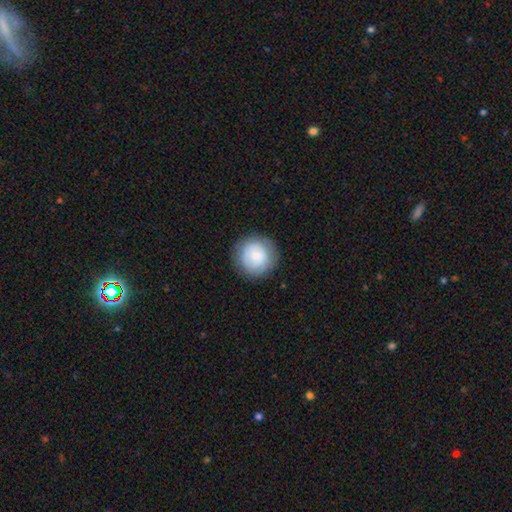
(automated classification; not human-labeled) A smooth galaxy with no disk features (81%) that is round (94%).

Vote fractions:
- Smooth or featured? smooth: 81% / featured or disk: 12% / star or artifact: 7%
- How rounded? round: 94% / in between: 5% / cigar-shaped: 1%
- Merging? none: 87% / minor disturbance: 9% / major disturbance: 3% / merger: 1%